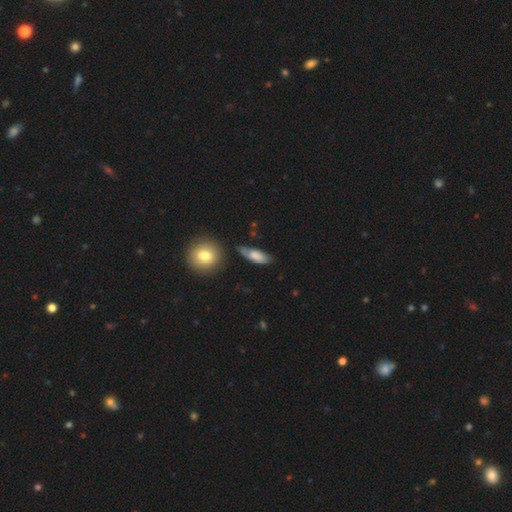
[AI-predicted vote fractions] Overall: smooth (69%). How rounded: in between (69%). Merging: none (61%; minor disturbance 25%).